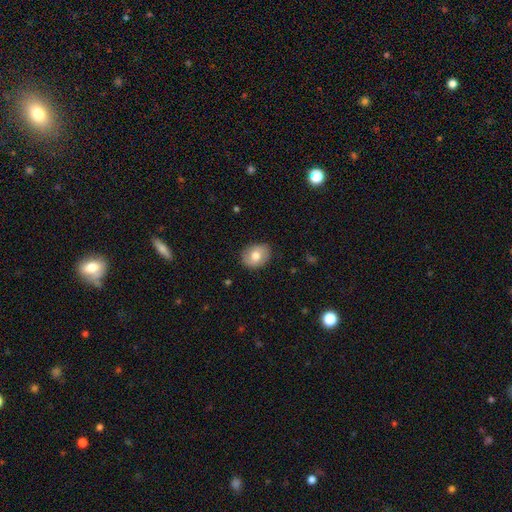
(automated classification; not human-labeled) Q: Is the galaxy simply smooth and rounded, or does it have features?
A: smooth — 73%.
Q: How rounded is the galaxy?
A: in between — 56%.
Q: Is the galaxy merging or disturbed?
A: none — 85%.